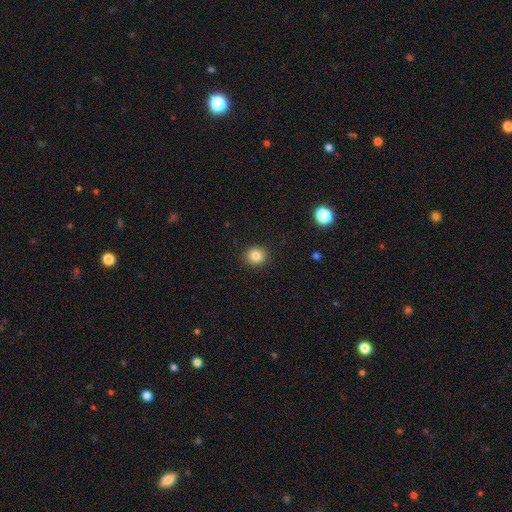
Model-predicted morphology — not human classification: Smooth or featured? Predicted: smooth (p=0.84). How rounded? Predicted: round (p=0.85). Merging? Predicted: none (p=0.91).